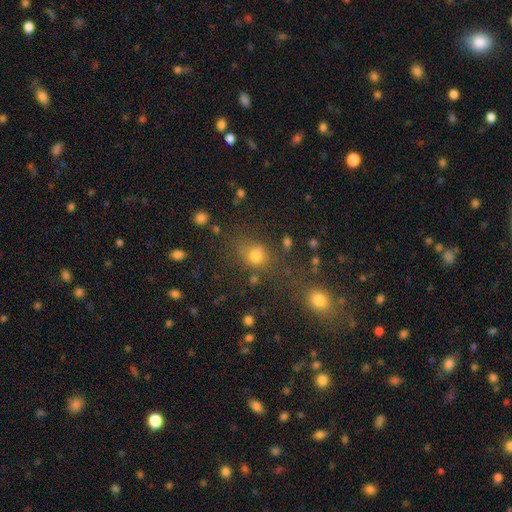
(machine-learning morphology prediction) Smooth or featured?
  - smooth: 69% *
  - star or artifact: 22%
  - featured or disk: 9%
How rounded?
  - round: 69% *
  - in between: 29%
  - cigar-shaped: 2%
Merging?
  - none: 64% *
  - merger: 15%
  - minor disturbance: 14%
  - major disturbance: 8%